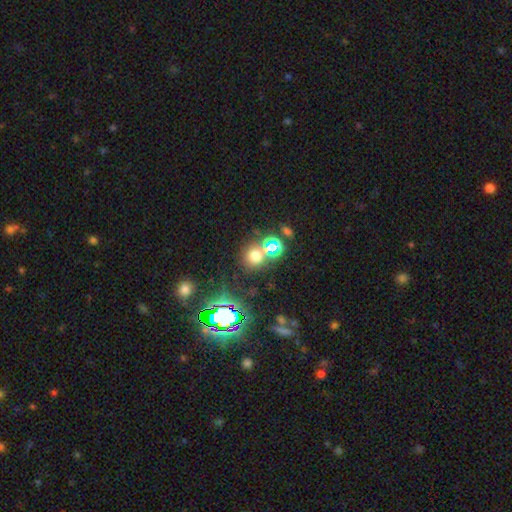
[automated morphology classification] Overall: smooth (56%; star or artifact 36%). How rounded: round (85%). Merging: none (66%).